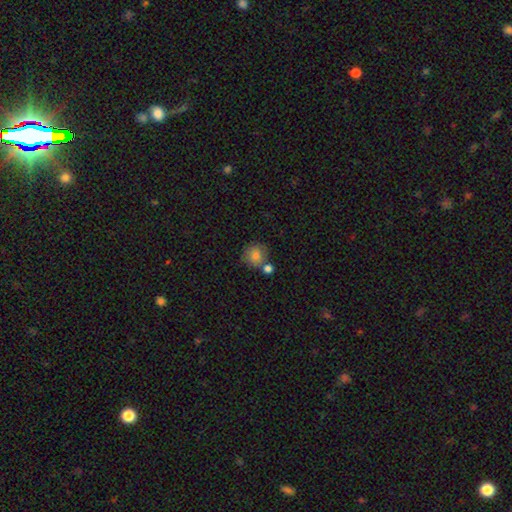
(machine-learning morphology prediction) This is likely a smooth galaxy (80%). How rounded: clearly round (86%). Merging: possibly none (58%).